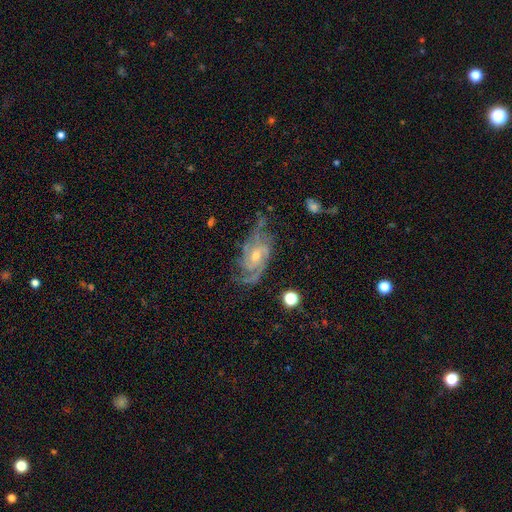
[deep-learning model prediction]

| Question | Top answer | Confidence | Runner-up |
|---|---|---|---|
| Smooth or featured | featured or disk | 88% | star or artifact (6%) |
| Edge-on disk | no | 96% | yes (4%) |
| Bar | no | 54% | weak (38%) |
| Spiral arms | yes | 97% | no (3%) |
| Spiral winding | tight | 44% | tied: medium (44%) |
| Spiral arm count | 2 | 46% | 3 (23%) |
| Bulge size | small | 49% | moderate (46%) |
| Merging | none | 67% | minor disturbance (21%) |